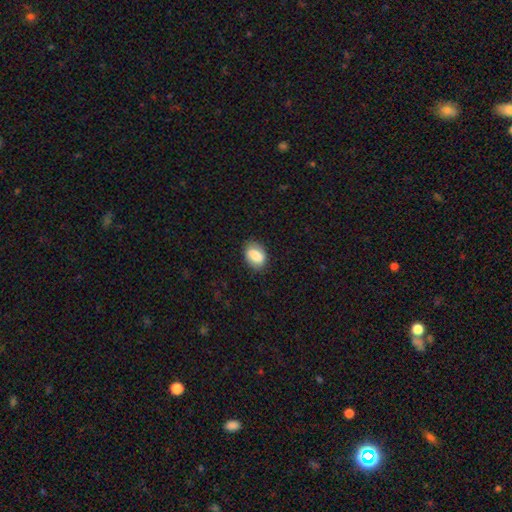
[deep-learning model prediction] smooth-or-featured: smooth: 74% | featured or disk: 18% | star or artifact: 8%
  how-rounded: in between: 79% | round: 19% | cigar-shaped: 2%
  merging: none: 80% | minor disturbance: 15% | major disturbance: 4% | merger: 1%